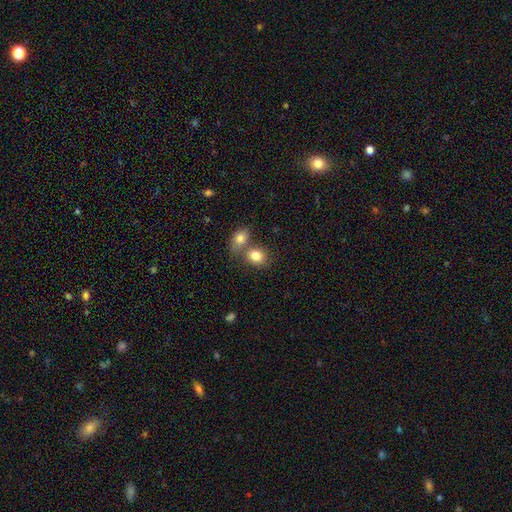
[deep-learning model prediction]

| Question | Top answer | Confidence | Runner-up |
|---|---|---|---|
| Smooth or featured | smooth | 82% | featured or disk (9%) |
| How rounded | round | 54% | in between (45%) |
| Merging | merger | 44% | tied: none (44%) |